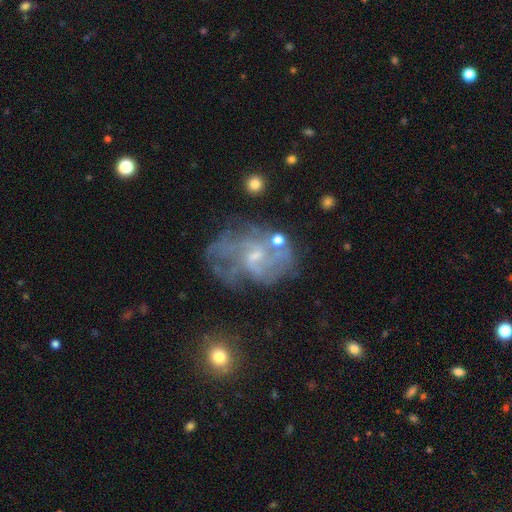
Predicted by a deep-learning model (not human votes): Smooth or featured?
  - featured or disk: 75% *
  - smooth: 14%
  - star or artifact: 11%
Edge-on disk?
  - no: 97% *
  - yes: 3%
Bar?
  - no: 46% *
  - weak: 45%
  - strong: 8%
Spiral arms?
  - yes: 74% *
  - no: 26%
Spiral winding?
  - medium: 41% *
  - tight: 29%
  - loose: 29%
Spiral arm count?
  - can't tell: 46% *
  - 2: 23%
  - 3: 13%
  - 4: 8%
  - 1: 6%
  - more than 4: 5%
Bulge size?
  - small: 63% *
  - moderate: 22%
  - none: 13%
  - large: 1%
  - dominant: 1%
Merging?
  - none: 48% *
  - major disturbance: 22%
  - minor disturbance: 22%
  - merger: 7%